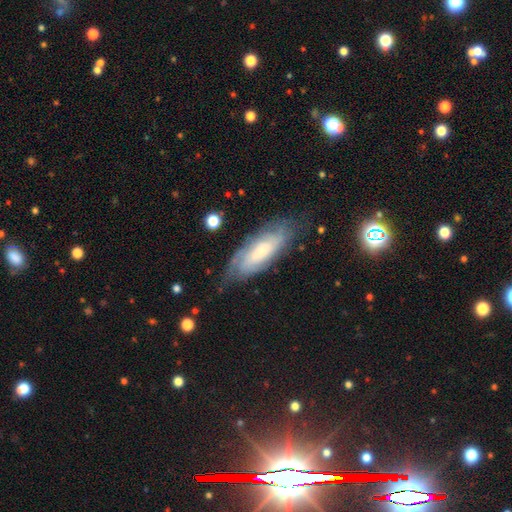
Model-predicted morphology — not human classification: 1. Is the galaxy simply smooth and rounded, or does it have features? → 59% featured or disk, 34% smooth, 7% star or artifact.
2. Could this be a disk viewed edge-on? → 83% no, 17% yes.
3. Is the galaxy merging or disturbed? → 67% none, 23% minor disturbance, 9% major disturbance, 2% merger.